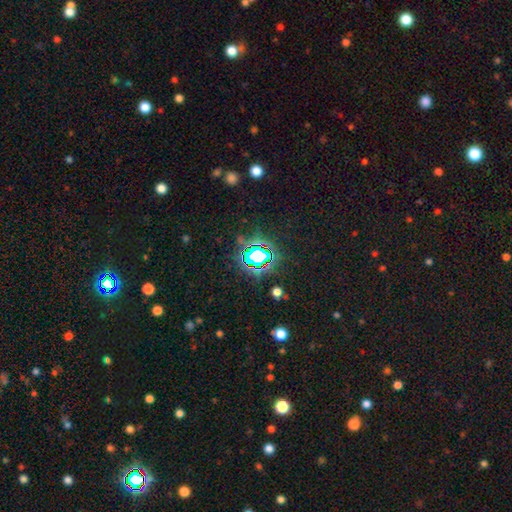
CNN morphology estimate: Smooth or featured: star or artifact — 80% (smooth — 13%)